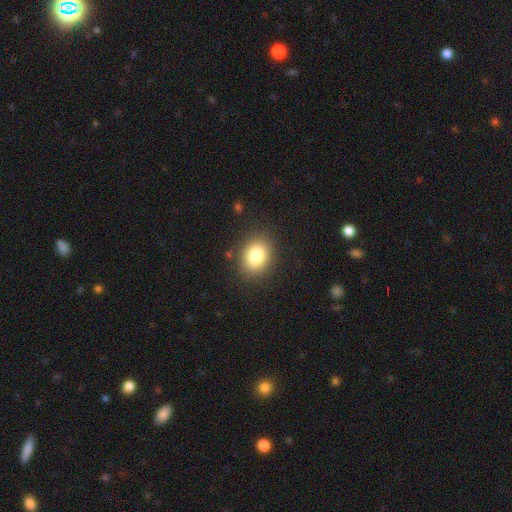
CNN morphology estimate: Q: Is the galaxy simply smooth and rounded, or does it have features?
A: smooth — 83%.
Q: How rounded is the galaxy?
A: in between — 54%.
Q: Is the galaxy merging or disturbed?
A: none — 86%.